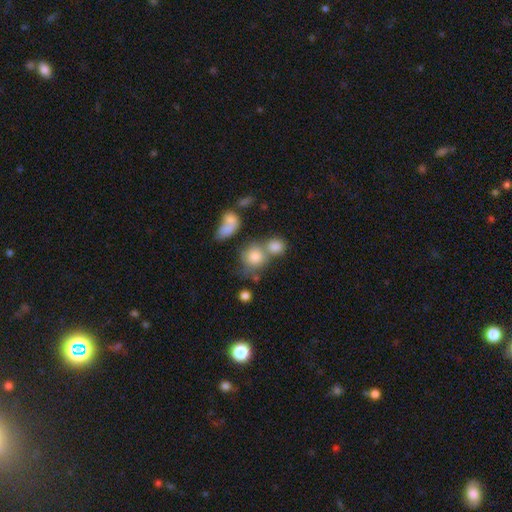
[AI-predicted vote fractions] smooth 79%, featured or disk 11%, star or artifact 10%. Down the decision tree: how rounded — round (74%); merging — merger (44%).